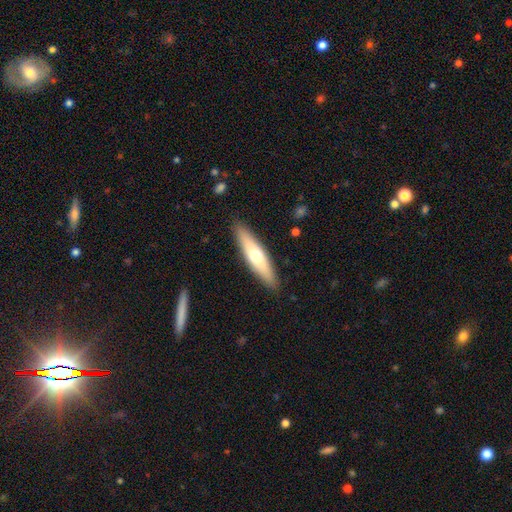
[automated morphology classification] A smooth galaxy with no disk features (54%) that is cigar-shaped (77%).

Vote fractions:
- Smooth or featured? smooth: 54% / featured or disk: 41% / star or artifact: 5%
- How rounded? cigar-shaped: 77% / in between: 22% / round: 1%
- Merging? none: 89% / minor disturbance: 8% / major disturbance: 2% / merger: 1%